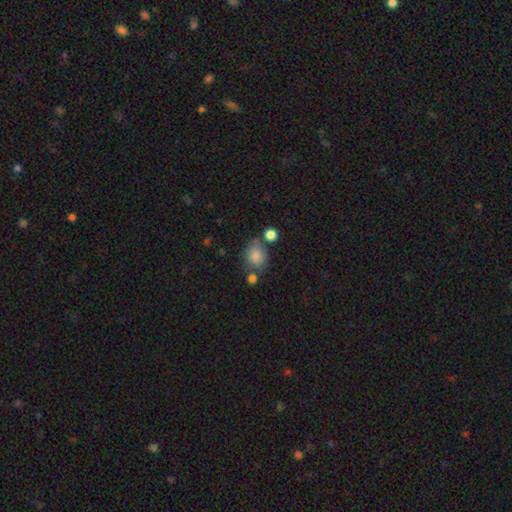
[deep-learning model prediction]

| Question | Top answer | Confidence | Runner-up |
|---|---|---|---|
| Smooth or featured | smooth | 83% | star or artifact (10%) |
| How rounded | round | 53% | in between (46%) |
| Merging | none | 59% | minor disturbance (19%) |